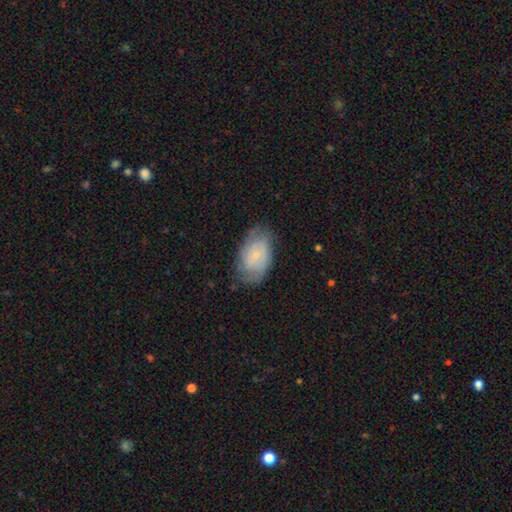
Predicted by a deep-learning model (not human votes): Morphology: type=featured or disk (49%); merging=none (63%).